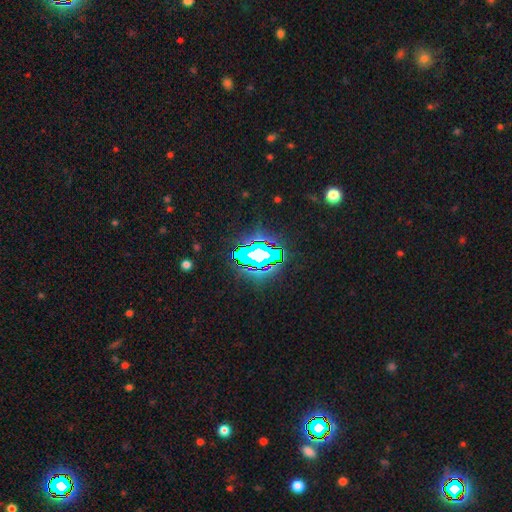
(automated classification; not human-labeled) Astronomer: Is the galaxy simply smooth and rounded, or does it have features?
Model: star or artifact — 69%.